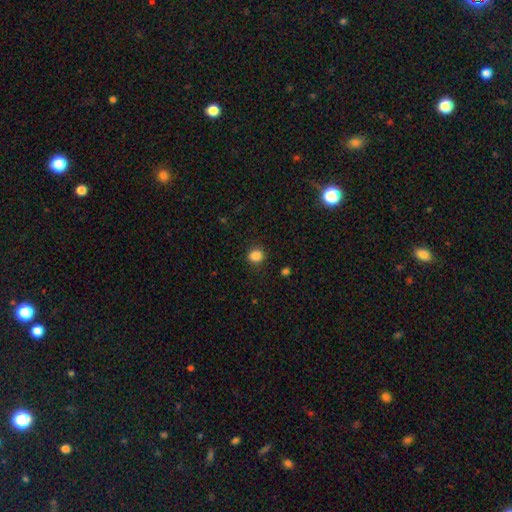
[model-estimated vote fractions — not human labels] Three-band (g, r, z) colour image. It shows a smooth galaxy with no disk features (86%) that is round (81%). Merging: none (88%).